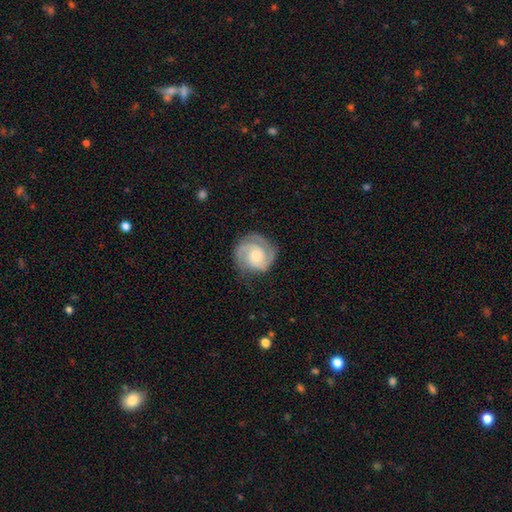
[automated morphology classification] type=featured or disk (86%); edge-on=no (98%); bar=no (67%); spiral arms=yes (98%); winding=tight (65%); arm count=2 (74%); bulge=moderate (50%); merging=none (79%).